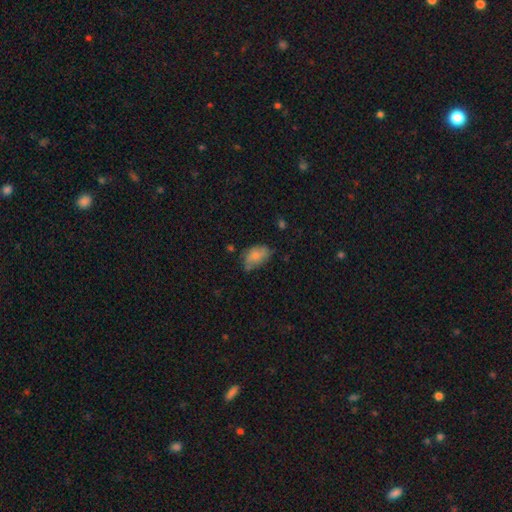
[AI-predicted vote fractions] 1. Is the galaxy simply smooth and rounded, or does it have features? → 73% smooth, 19% featured or disk, 8% star or artifact.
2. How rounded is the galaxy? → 88% in between, 10% round, 2% cigar-shaped.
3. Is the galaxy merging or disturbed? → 52% none, 34% minor disturbance, 11% major disturbance, 3% merger.